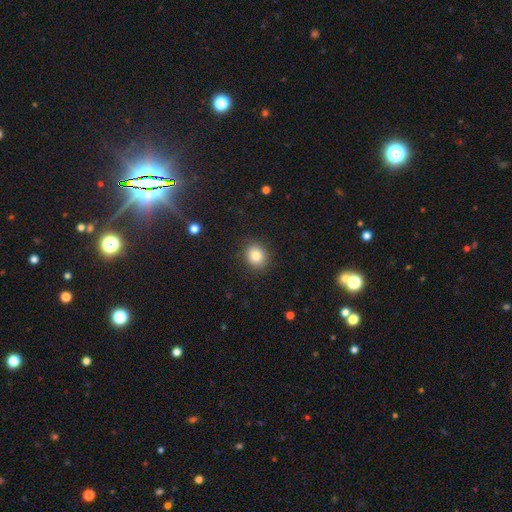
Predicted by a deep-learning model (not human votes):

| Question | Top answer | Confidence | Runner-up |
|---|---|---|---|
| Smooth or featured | smooth | 83% | star or artifact (10%) |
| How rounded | round | 67% | in between (32%) |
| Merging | none | 89% | minor disturbance (8%) |